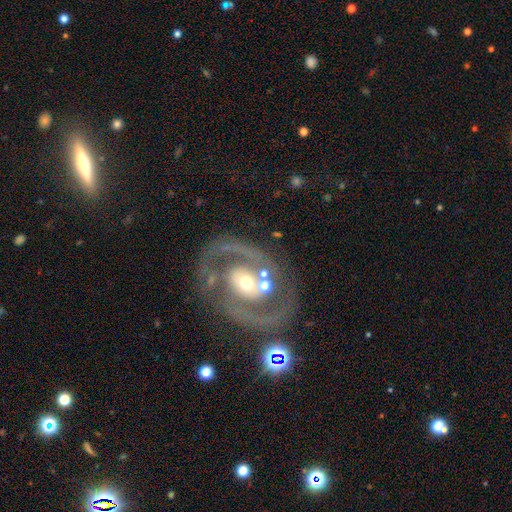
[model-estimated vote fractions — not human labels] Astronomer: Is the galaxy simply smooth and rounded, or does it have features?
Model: featured or disk — 88%.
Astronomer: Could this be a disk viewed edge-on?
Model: no — 97%.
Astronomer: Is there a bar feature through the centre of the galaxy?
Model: no — 53%.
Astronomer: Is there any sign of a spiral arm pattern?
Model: yes — 94%.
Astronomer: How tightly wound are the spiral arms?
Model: medium — 52% (runner-up: tight, 37%).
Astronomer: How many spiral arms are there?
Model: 2 — 89%.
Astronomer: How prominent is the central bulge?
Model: moderate — 57% (runner-up: small, 34%).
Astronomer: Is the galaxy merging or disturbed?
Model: none — 70%.